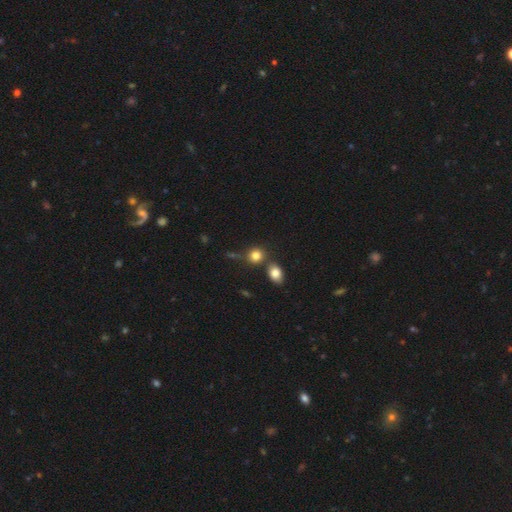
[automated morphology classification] smooth-or-featured: smooth: 81% | star or artifact: 11% | featured or disk: 7%
  how-rounded: round: 76% | in between: 23% | cigar-shaped: 1%
  merging: none: 61% | merger: 25% | minor disturbance: 10% | major disturbance: 4%